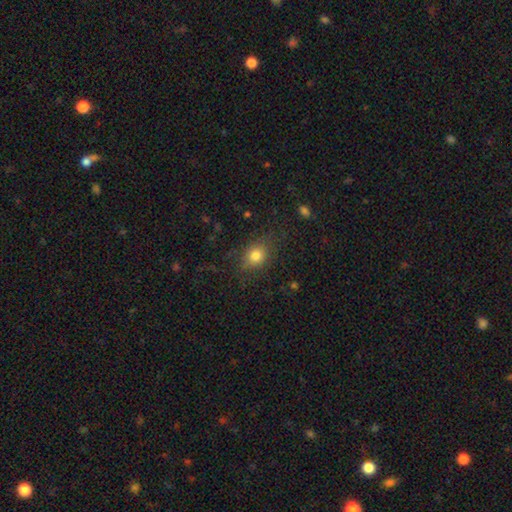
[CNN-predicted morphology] Smooth or featured?
  - smooth: 77% *
  - star or artifact: 14%
  - featured or disk: 9%
How rounded?
  - round: 52% *
  - in between: 46%
  - cigar-shaped: 2%
Merging?
  - none: 79% *
  - minor disturbance: 14%
  - major disturbance: 6%
  - merger: 1%